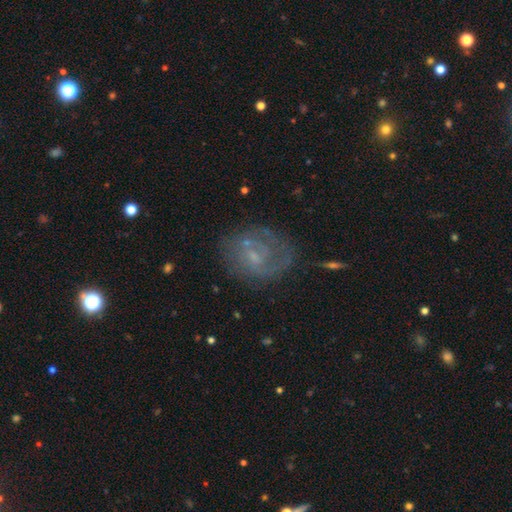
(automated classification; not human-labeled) featured or disk 65%, smooth 22%, star or artifact 13%. Down the decision tree: edge-on disk — no (97%); bar — no (53%); spiral arms — yes (75%); bulge size — small (56%); merging — none (63%).